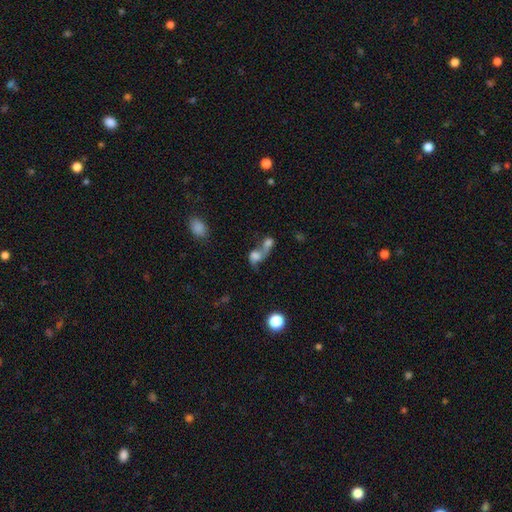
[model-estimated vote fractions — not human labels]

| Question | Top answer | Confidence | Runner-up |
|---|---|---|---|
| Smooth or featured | smooth | 62% | featured or disk (23%) |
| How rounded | in between | 52% | round (44%) |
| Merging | merger | 72% | none (13%) |